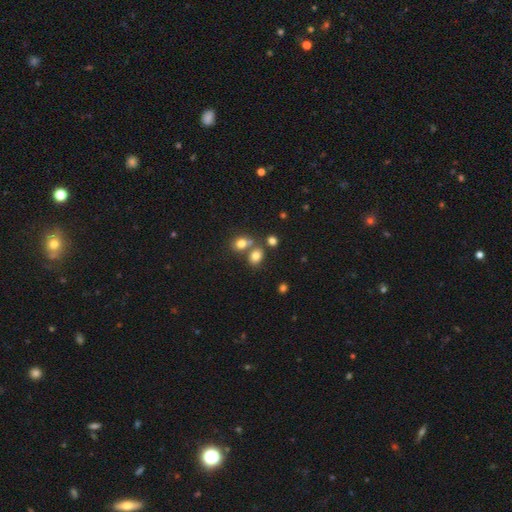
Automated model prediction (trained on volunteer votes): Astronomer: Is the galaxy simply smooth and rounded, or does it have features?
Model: smooth — 77%.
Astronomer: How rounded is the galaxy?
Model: in between — 57% (runner-up: round, 42%).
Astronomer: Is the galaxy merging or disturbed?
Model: none — 52% (runner-up: merger, 34%).